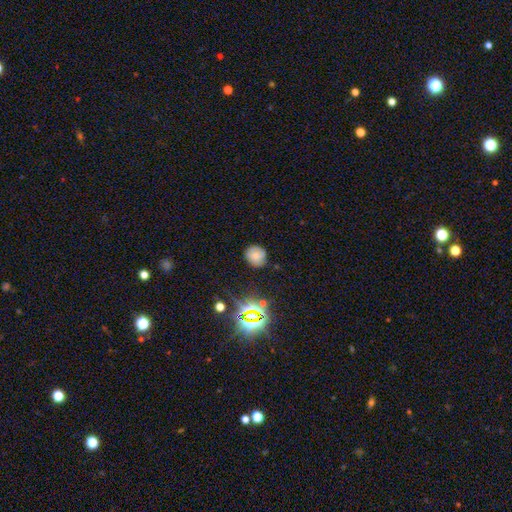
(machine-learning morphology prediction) A smooth galaxy with no disk features (70%) that is round (79%). Merging: none (82%).